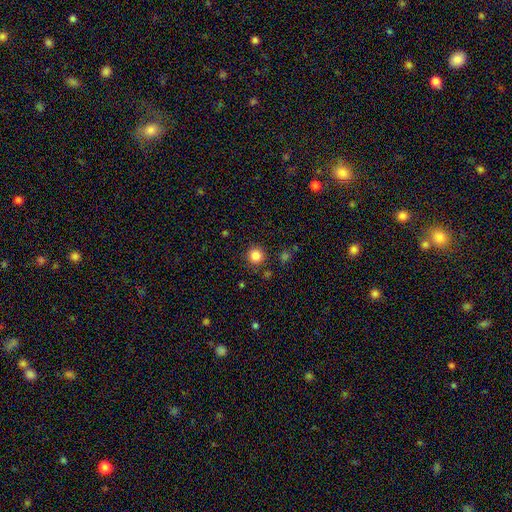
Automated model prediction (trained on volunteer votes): This is clearly a smooth galaxy (84%). How rounded: clearly round (94%). Merging: clearly none (88%).